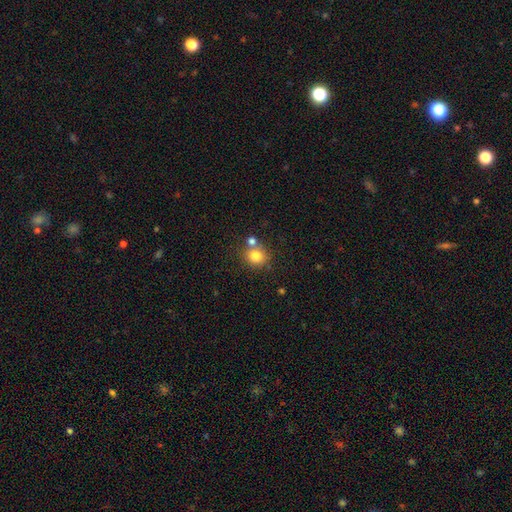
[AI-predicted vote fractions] Morphology: type=smooth (80%); roundness=round (81%); merging=none (64%).